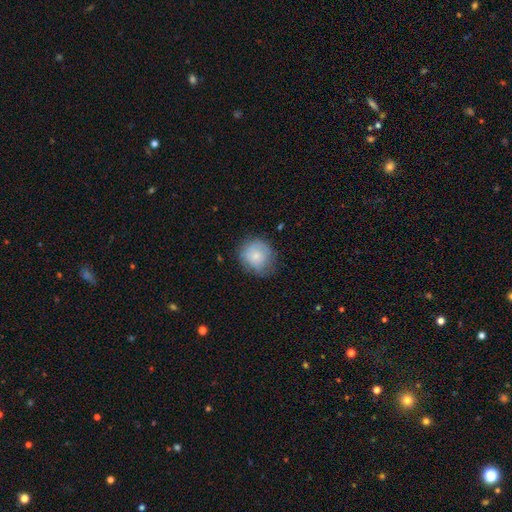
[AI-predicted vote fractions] Smooth or featured: smooth — 75% (featured or disk — 18%)
How rounded: round — 85% (in between — 14%)
Merging: none — 67% (minor disturbance — 24%)